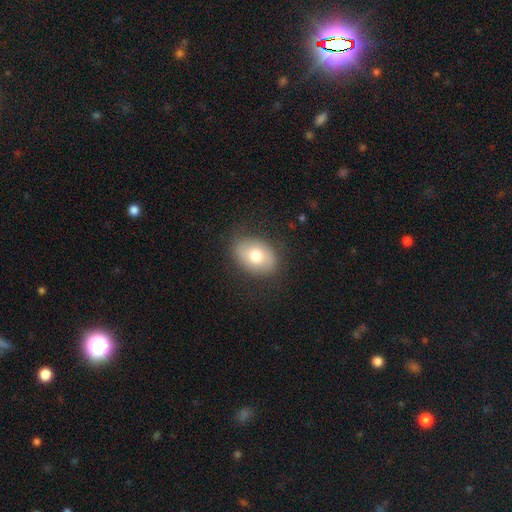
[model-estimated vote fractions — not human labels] Overall: smooth (72%). How rounded: in between (75%). Merging: none (82%).